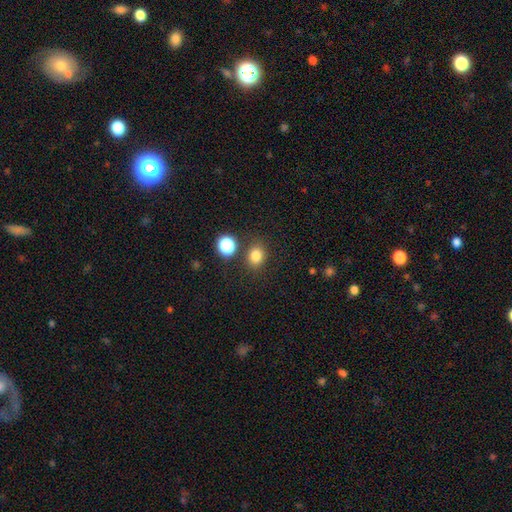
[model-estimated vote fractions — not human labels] smooth-or-featured: smooth: 80% | star or artifact: 14% | featured or disk: 6%
  how-rounded: round: 61% | in between: 38% | cigar-shaped: 1%
  merging: none: 80% | minor disturbance: 10% | merger: 7% | major disturbance: 4%